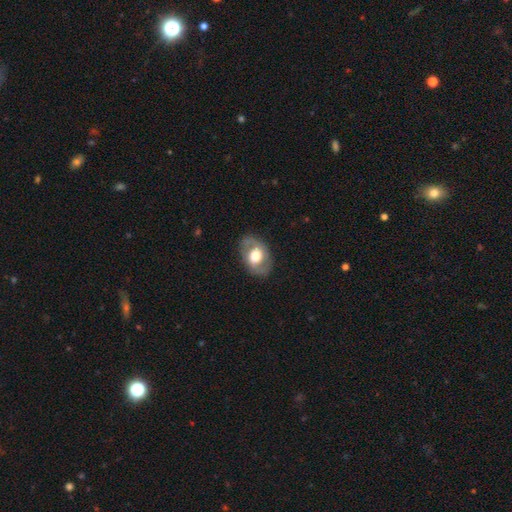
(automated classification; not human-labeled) Overall: featured or disk (57%; smooth 37%). Edge-on disk: no (94%). Bar: no (60%; weak 29%). Spiral arms: yes (56%; no 44%). Bulge size: moderate (49%; large 41%). Merging: none (79%).